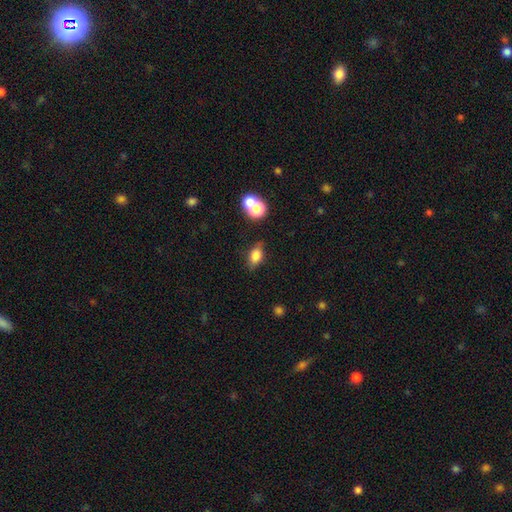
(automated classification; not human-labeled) Q: Smooth or featured?
A: smooth (77%); runner-up: featured or disk (12%)
Q: How rounded?
A: in between (79%); runner-up: round (16%)
Q: Merging?
A: none (73%); runner-up: minor disturbance (16%)